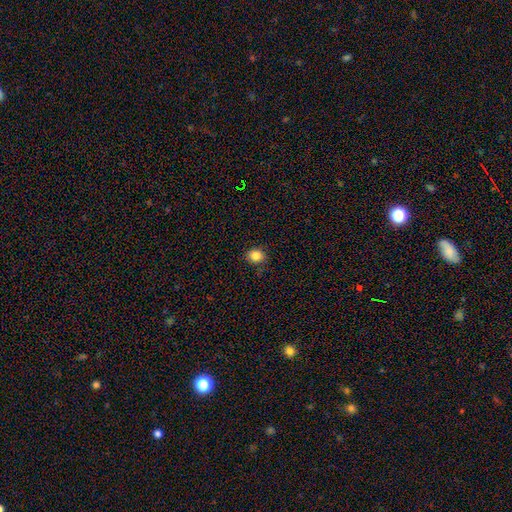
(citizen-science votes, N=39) A smooth galaxy with no disk features (85%) that is round (94%).

Vote fractions:
- Smooth or featured? smooth: 85% / star or artifact: 10% / featured or disk: 5%
- How rounded? round: 94% / in between: 6% / cigar-shaped: 0%
- Merging? none: 91% / minor disturbance: 9% / major disturbance: 0% / merger: 0%